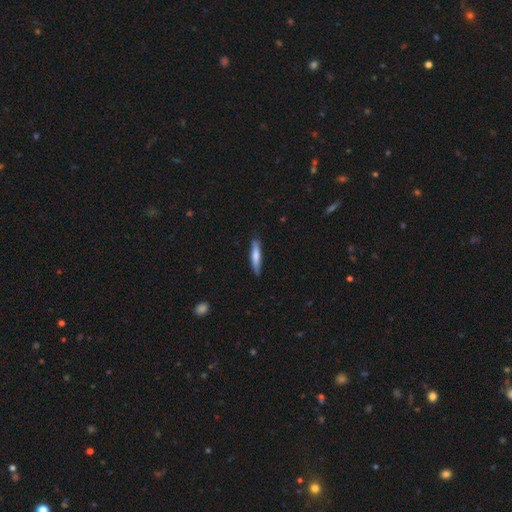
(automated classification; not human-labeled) Q: Smooth or featured?
A: smooth (68%); runner-up: featured or disk (27%)
Q: How rounded?
A: cigar-shaped (86%); runner-up: in between (12%)
Q: Merging?
A: none (82%); runner-up: minor disturbance (14%)